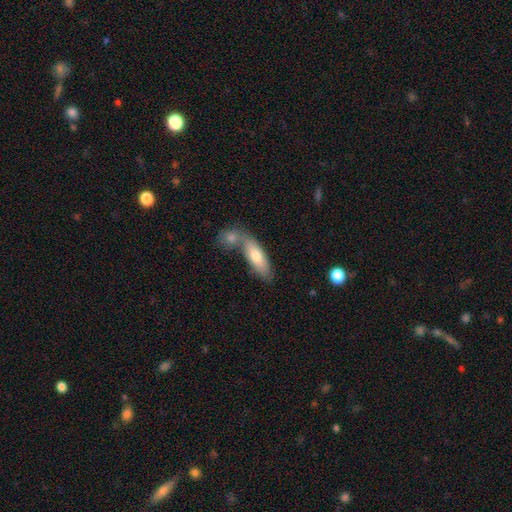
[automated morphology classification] A smooth galaxy with no disk features (72%) that is in between round and cigar-shaped (63%).

Vote fractions:
- Smooth or featured? smooth: 72% / featured or disk: 22% / star or artifact: 6%
- How rounded? in between: 63% / cigar-shaped: 34% / round: 3%
- Merging? merger: 44% / none: 41% / minor disturbance: 11% / major disturbance: 4%